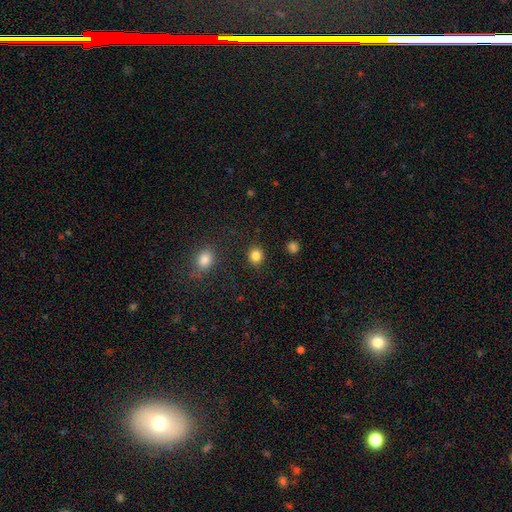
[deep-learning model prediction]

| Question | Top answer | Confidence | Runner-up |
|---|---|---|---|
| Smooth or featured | smooth | 84% | star or artifact (11%) |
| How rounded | round | 79% | in between (20%) |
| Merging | none | 88% | minor disturbance (7%) |